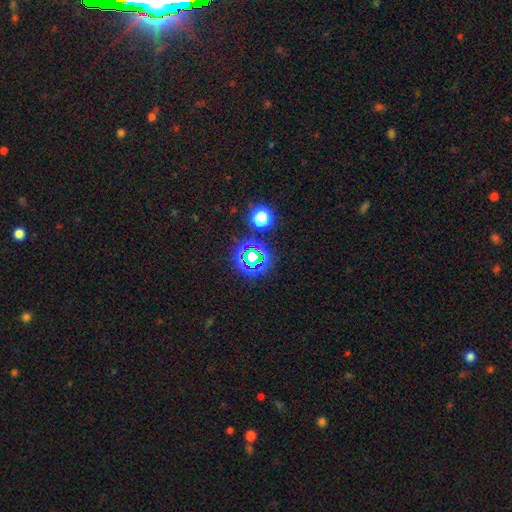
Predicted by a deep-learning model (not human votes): Q: Smooth or featured?
A: star or artifact (67%); runner-up: smooth (25%)